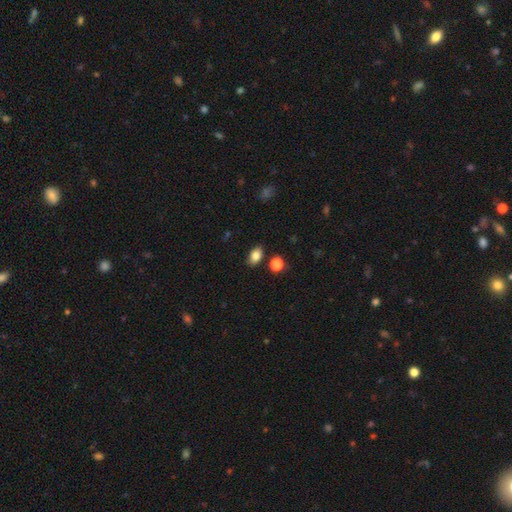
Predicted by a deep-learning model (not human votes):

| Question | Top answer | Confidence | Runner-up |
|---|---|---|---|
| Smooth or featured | smooth | 82% | star or artifact (10%) |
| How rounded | in between | 85% | round (13%) |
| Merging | none | 83% | minor disturbance (11%) |